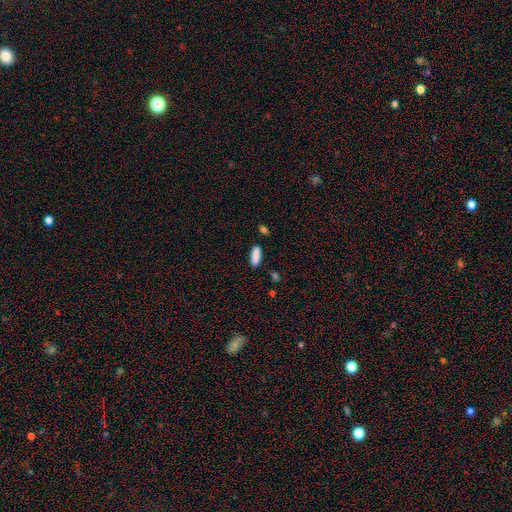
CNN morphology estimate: smooth-or-featured: smooth: 88% | star or artifact: 7% | featured or disk: 5%
  how-rounded: in between: 56% | cigar-shaped: 42% | round: 2%
  merging: none: 86% | minor disturbance: 10% | merger: 3% | major disturbance: 2%